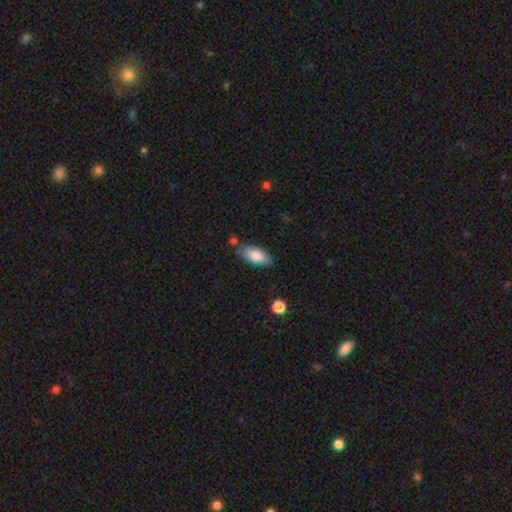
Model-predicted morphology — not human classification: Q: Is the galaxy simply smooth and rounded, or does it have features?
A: smooth — 83%.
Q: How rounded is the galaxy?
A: in between — 87%.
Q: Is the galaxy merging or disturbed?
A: none — 76%.